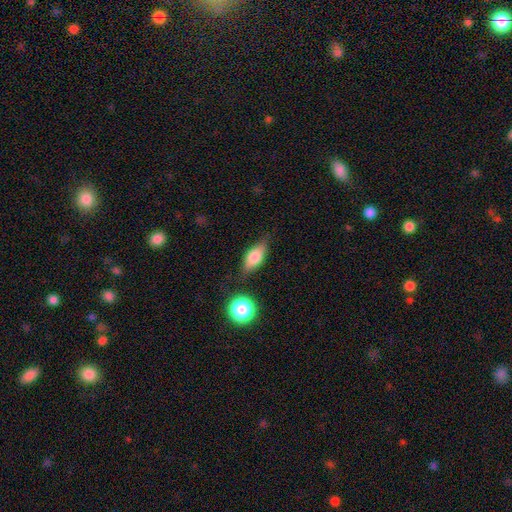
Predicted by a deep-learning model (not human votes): A smooth galaxy with no disk features (69%) that is in between round and cigar-shaped (76%). Merging: none (72%).